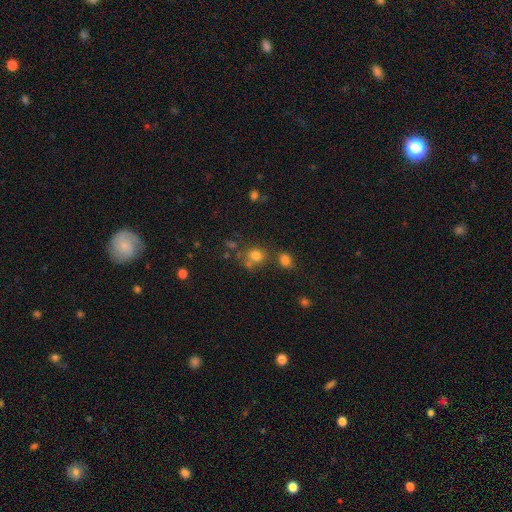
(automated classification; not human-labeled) A smooth galaxy with no disk features (75%) that is round (73%). Merging: none (60%).